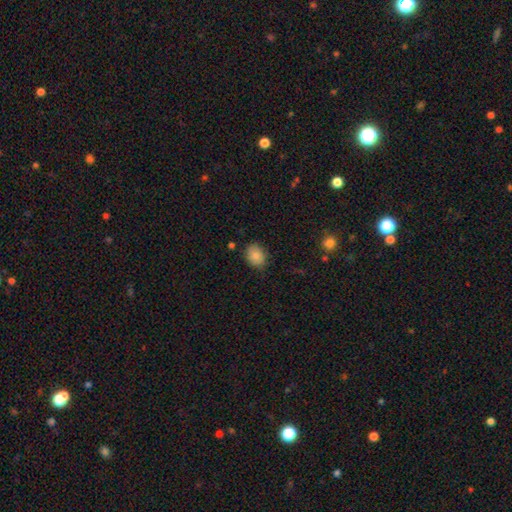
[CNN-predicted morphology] Smooth or featured: smooth — 86% (star or artifact — 9%)
How rounded: in between — 53% (round — 46%)
Merging: none — 80% (minor disturbance — 15%)